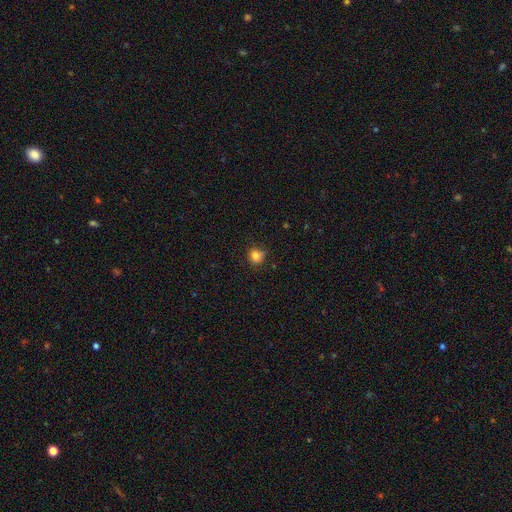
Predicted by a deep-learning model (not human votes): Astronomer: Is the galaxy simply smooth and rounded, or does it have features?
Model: smooth — 82%.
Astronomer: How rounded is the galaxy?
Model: round — 86%.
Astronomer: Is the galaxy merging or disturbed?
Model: none — 78%.